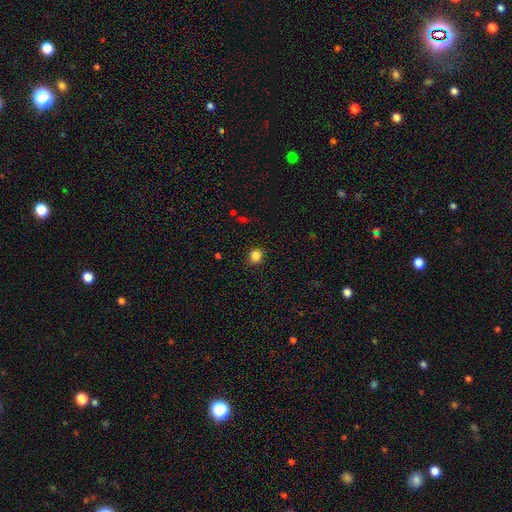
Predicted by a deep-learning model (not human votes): A smooth galaxy with no disk features (84%) that is round (82%). Merging: none (87%).